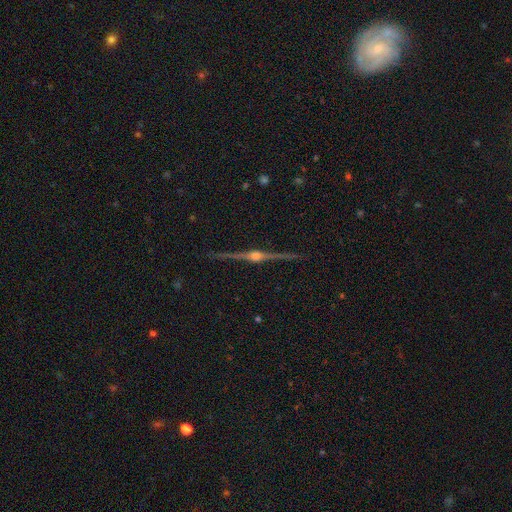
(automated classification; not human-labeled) featured or disk 91%, star or artifact 6%, smooth 4%. Down the decision tree: edge-on disk — yes (99%); edge-on bulge — rounded (95%); merging — none (92%).